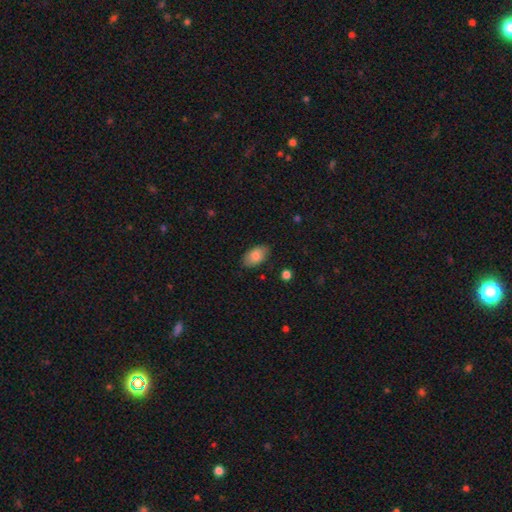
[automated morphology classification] Smooth or featured?
  - smooth: 85% *
  - featured or disk: 9%
  - star or artifact: 7%
How rounded?
  - in between: 93% *
  - round: 5%
  - cigar-shaped: 2%
Merging?
  - none: 82% *
  - minor disturbance: 14%
  - major disturbance: 3%
  - merger: 1%